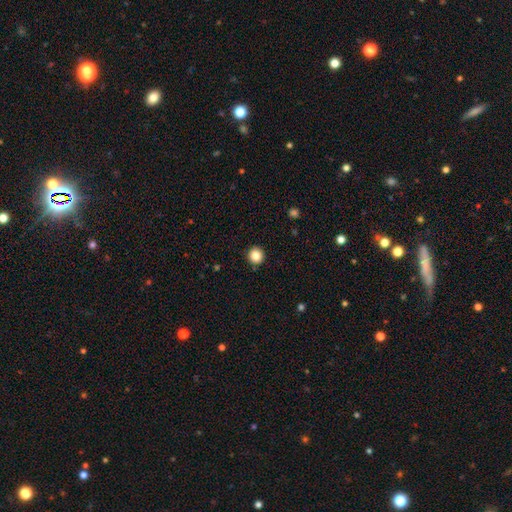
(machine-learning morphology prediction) smooth 85%, star or artifact 10%, featured or disk 5%. Down the decision tree: how rounded — round (95%); merging — none (93%).